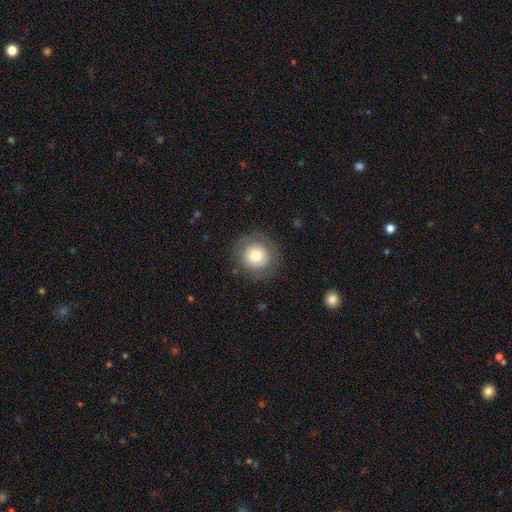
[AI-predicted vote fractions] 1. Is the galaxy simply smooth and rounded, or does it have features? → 71% smooth, 19% featured or disk, 10% star or artifact.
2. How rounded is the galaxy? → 94% round, 5% in between, 1% cigar-shaped.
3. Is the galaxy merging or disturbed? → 84% none, 10% minor disturbance, 5% major disturbance, 1% merger.